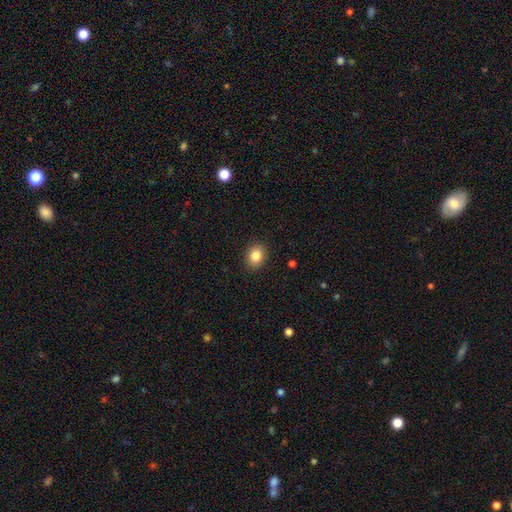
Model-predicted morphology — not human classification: type=smooth (85%); roundness=in between (51%); merging=none (89%).